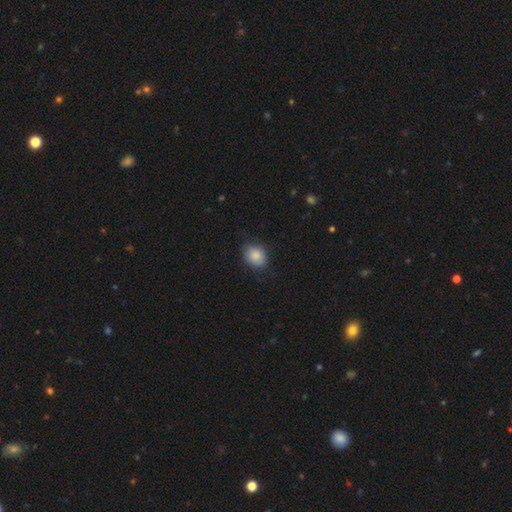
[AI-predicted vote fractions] A smooth galaxy with no disk features (86%) that is in between round and cigar-shaped (57%). Merging: none (75%).